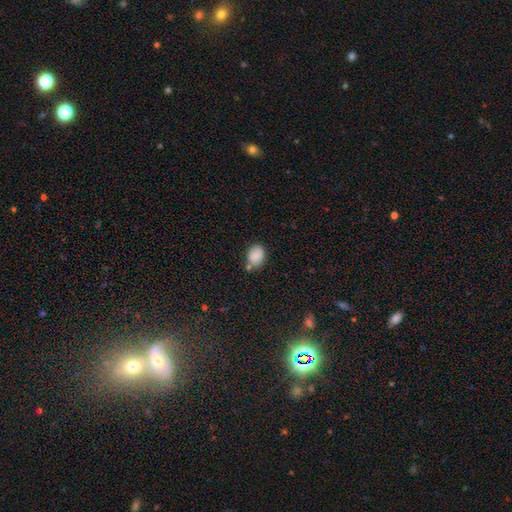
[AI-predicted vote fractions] smooth 87%, star or artifact 9%, featured or disk 5%. Down the decision tree: how rounded — in between (64%); merging — none (63%).